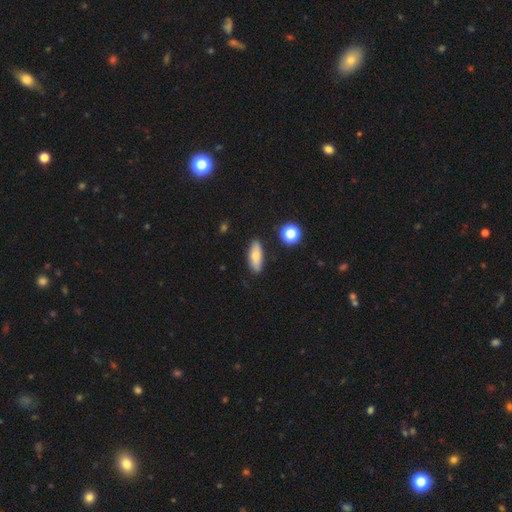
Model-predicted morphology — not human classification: This is likely a smooth galaxy (73%). How rounded: likely in between (66%). Merging: clearly none (86%).